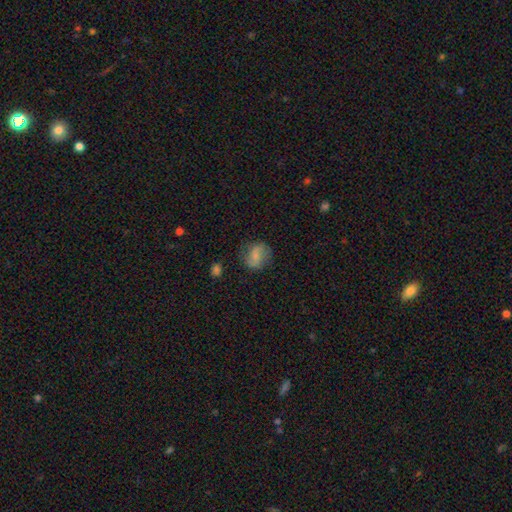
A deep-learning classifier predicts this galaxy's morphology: Smooth or featured? smooth (61%)
How rounded? round (55%)
Merging? none (69%)